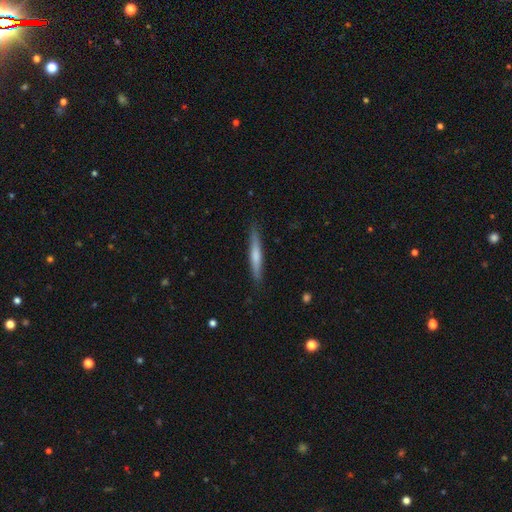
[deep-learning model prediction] This is possibly a smooth galaxy (57%). How rounded: clearly cigar-shaped (94%). Merging: clearly none (87%).